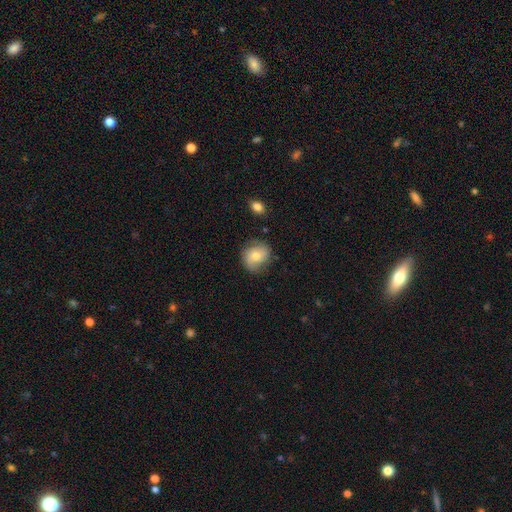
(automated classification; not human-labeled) The model was most divided on "smooth or featured": smooth: 54%, featured or disk: 38%, star or artifact: 8%. More confident: how rounded — round (73%); merging — none (72%).